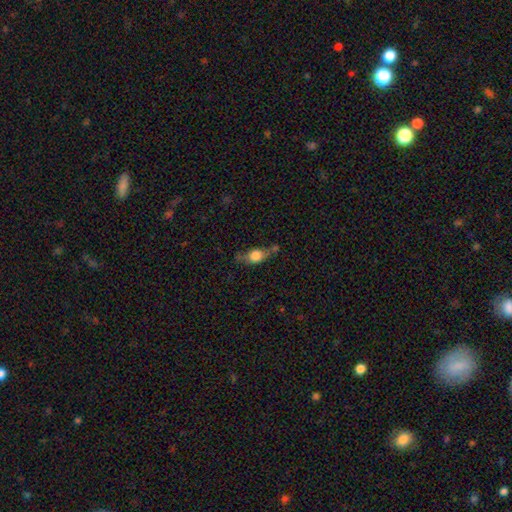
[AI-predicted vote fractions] smooth-or-featured: smooth: 61% | featured or disk: 29% | star or artifact: 9%
  how-rounded: in between: 59% | round: 25% | cigar-shaped: 16%
  merging: none: 49% | minor disturbance: 28% | merger: 12% | major disturbance: 11%